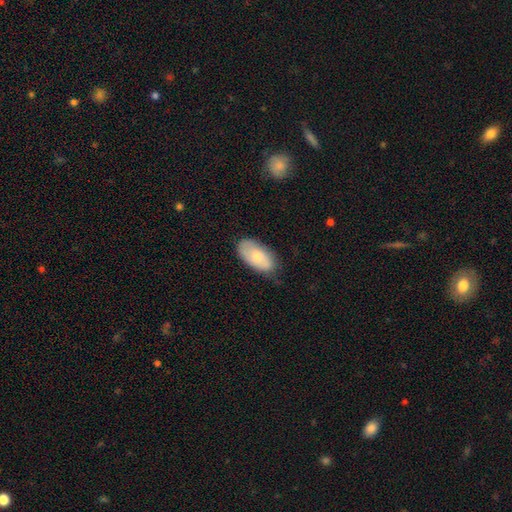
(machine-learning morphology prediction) type=smooth (68%); roundness=in between (94%); merging=none (68%).